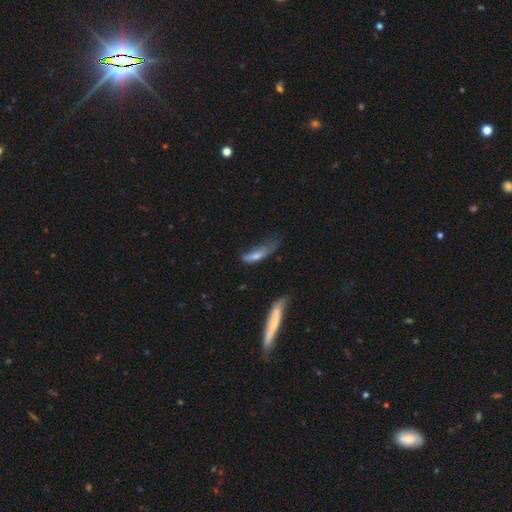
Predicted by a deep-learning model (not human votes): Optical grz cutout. It shows a smooth galaxy with no disk features (55%) that is cigar-shaped (69%). Merging: minor disturbance (35%).